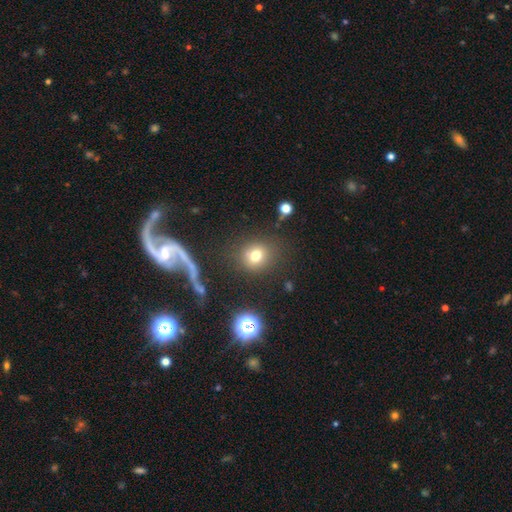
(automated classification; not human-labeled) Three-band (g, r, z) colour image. It shows a smooth galaxy with no disk features (74%) that is round (78%). Merging: none (81%).